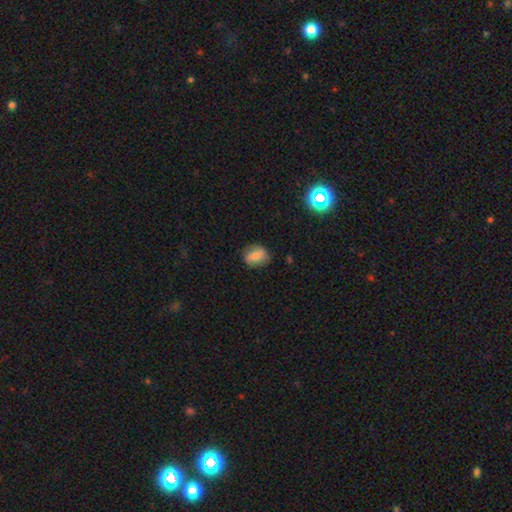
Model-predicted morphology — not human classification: A smooth galaxy with no disk features (73%) that is in between round and cigar-shaped (52%).

Vote fractions:
- Smooth or featured? smooth: 73% / featured or disk: 18% / star or artifact: 9%
- How rounded? in between: 52% / round: 46% / cigar-shaped: 2%
- Merging? none: 78% / minor disturbance: 17% / major disturbance: 4% / merger: 1%